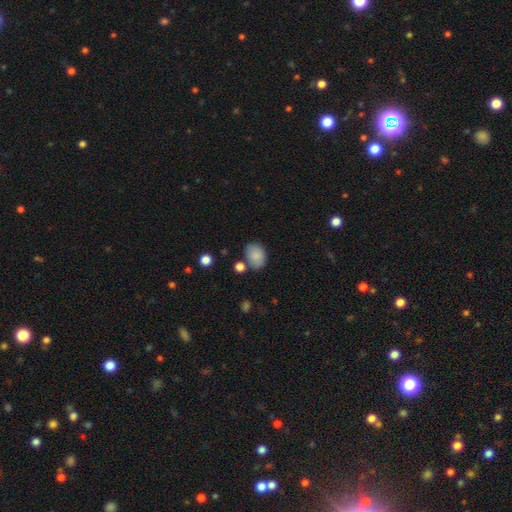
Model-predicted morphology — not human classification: Smooth or featured?
  - smooth: 86% *
  - star or artifact: 8%
  - featured or disk: 6%
How rounded?
  - in between: 71% *
  - round: 28%
  - cigar-shaped: 1%
Merging?
  - none: 72% *
  - minor disturbance: 16%
  - merger: 8%
  - major disturbance: 4%